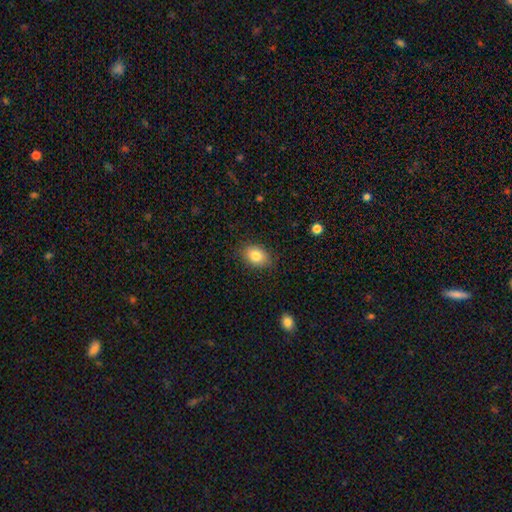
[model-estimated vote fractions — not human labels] Morphology: type=smooth (82%); roundness=in between (68%); merging=none (84%).